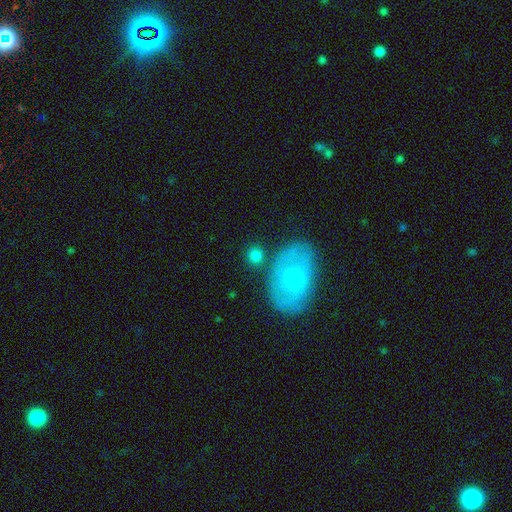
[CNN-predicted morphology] The model was most divided on "merging": none: 74%, minor disturbance: 11%, merger: 11%, major disturbance: 4%. More confident: smooth or featured — smooth (83%); how rounded — round (81%).